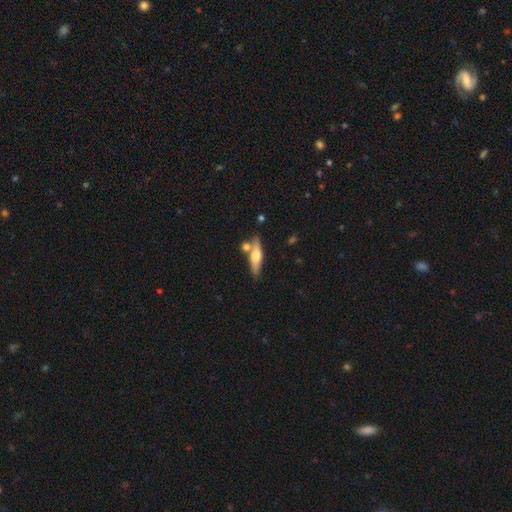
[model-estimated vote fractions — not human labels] This appears to be a featured or disk galaxy (49%). Merging: none (70%).